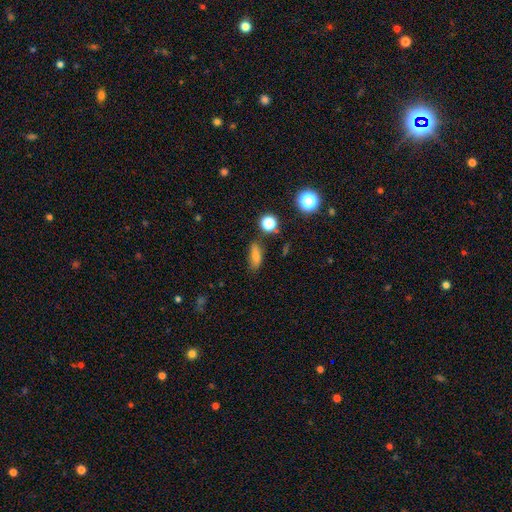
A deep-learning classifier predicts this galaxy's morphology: A smooth galaxy with no disk features (76%) that is in between round and cigar-shaped (68%).

Vote fractions:
- Smooth or featured? smooth: 76% / star or artifact: 13% / featured or disk: 11%
- How rounded? in between: 68% / cigar-shaped: 24% / round: 9%
- Merging? none: 73% / minor disturbance: 18% / major disturbance: 5% / merger: 4%